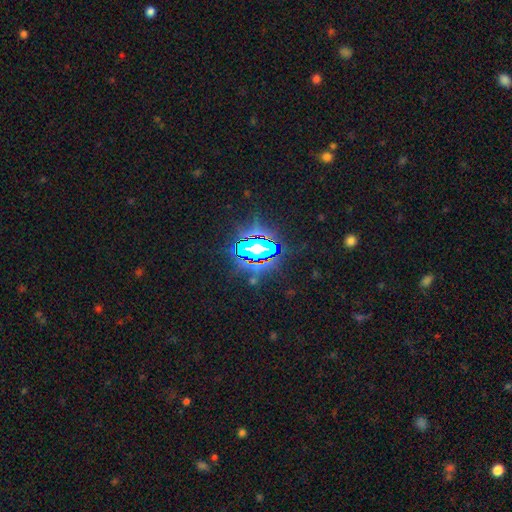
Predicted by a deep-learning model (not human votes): The model was most divided on "smooth or featured": star or artifact: 83%, smooth: 10%, featured or disk: 7%.